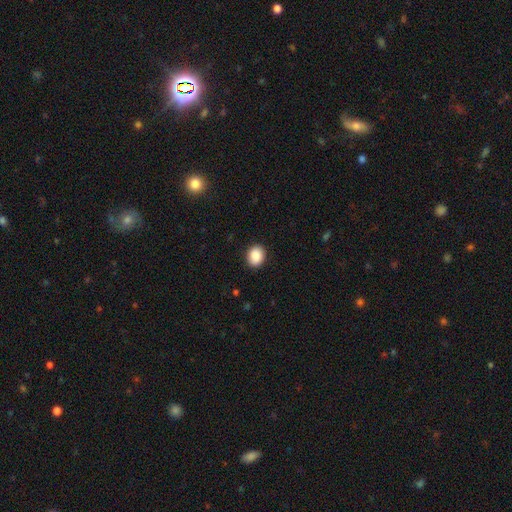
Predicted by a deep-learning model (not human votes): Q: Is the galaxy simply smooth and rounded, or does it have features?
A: smooth — 89%.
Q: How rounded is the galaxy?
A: round — 53%.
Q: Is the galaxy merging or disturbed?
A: none — 89%.